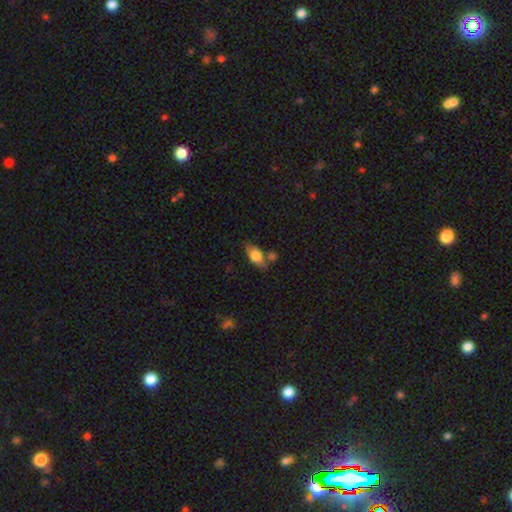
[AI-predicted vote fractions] A smooth galaxy with no disk features (68%) that is in between round and cigar-shaped (81%). Merging: none (60%).